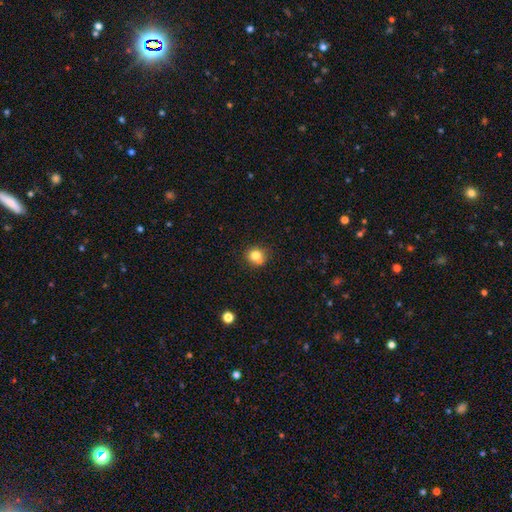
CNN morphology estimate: Smooth or featured: smooth — 80% (star or artifact — 11%)
How rounded: round — 86% (in between — 13%)
Merging: none — 72% (minor disturbance — 15%)